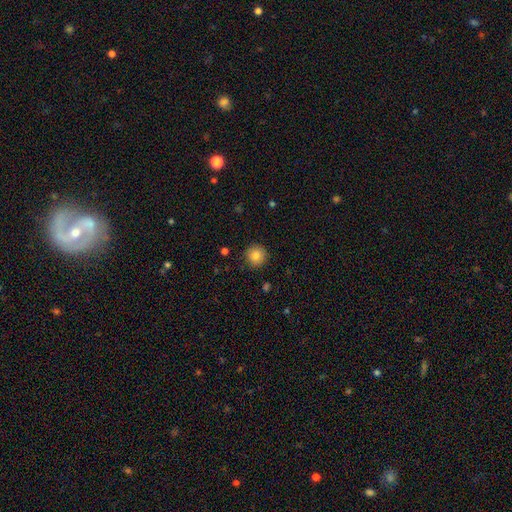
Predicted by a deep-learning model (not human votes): smooth_or_featured: smooth (p=0.83) [alt: star or artifact p=0.10]
how_rounded: round (p=0.95) [alt: in between p=0.04]
merging: none (p=0.91) [alt: minor disturbance p=0.06]